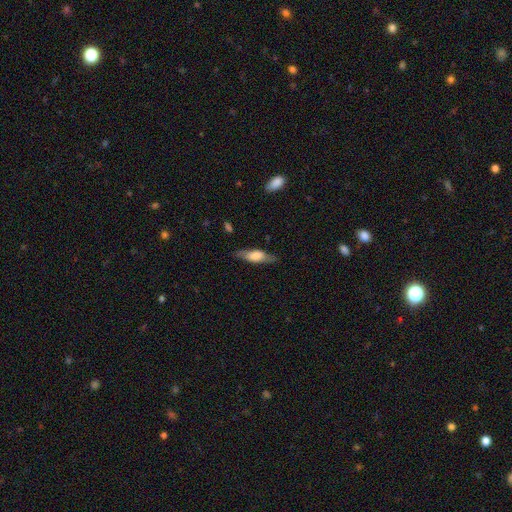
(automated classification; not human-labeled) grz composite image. It shows a smooth galaxy with no disk features (55%) that is cigar-shaped (52%). Merging: none (81%).